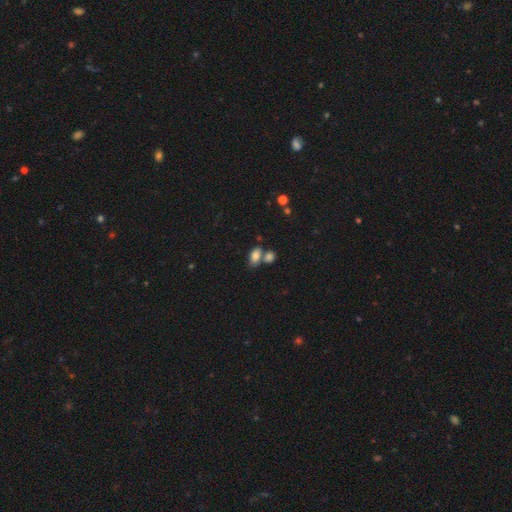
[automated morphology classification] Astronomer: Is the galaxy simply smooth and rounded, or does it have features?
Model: smooth — 81%.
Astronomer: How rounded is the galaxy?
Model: in between — 89%.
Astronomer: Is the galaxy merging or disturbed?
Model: none — 43% (runner-up: merger, 40%).